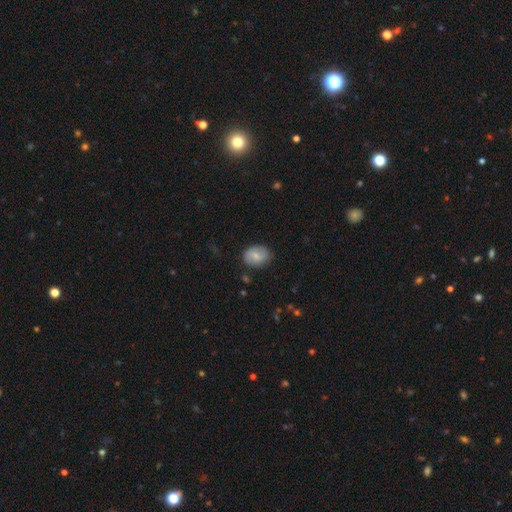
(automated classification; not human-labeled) Morphology: type=smooth (75%); roundness=in between (60%); merging=none (79%).